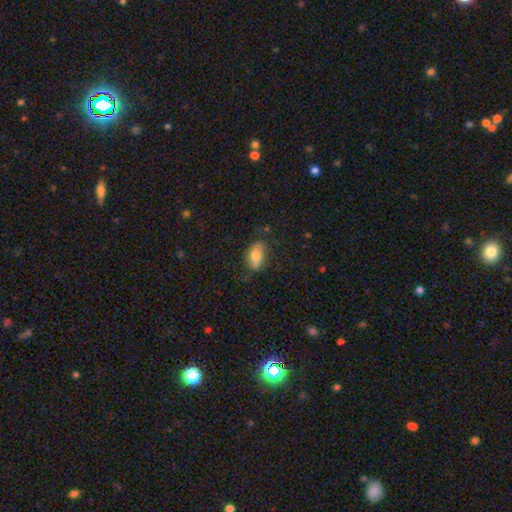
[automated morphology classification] This appears to be a smooth galaxy with no disk features (74%) that is in between round and cigar-shaped (91%). Merging: none (72%).